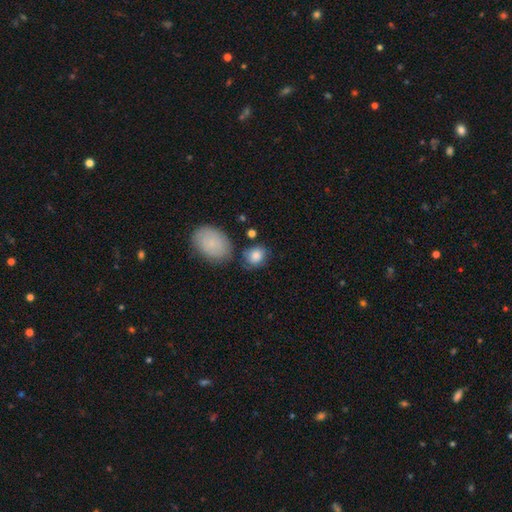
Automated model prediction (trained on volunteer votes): This is clearly a smooth galaxy (83%). How rounded: possibly round (59%). Merging: likely none (65%).